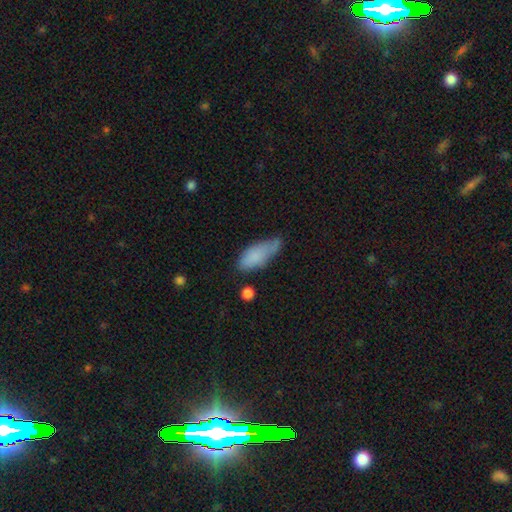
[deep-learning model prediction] Smooth or featured?
  - smooth: 80% *
  - featured or disk: 12%
  - star or artifact: 8%
How rounded?
  - in between: 75% *
  - cigar-shaped: 23%
  - round: 2%
Merging?
  - none: 43% *
  - minor disturbance: 38%
  - major disturbance: 13%
  - merger: 6%